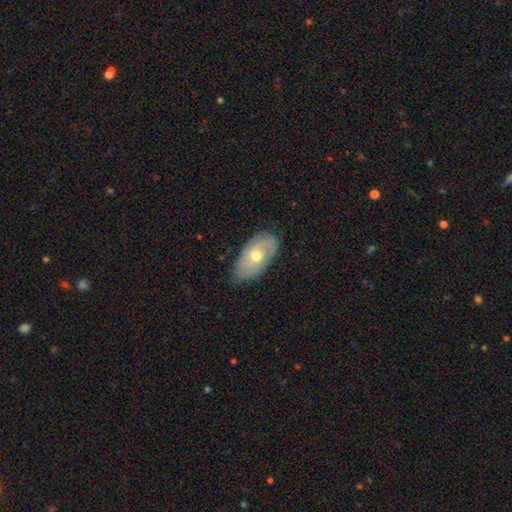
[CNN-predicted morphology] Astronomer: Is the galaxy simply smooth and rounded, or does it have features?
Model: featured or disk — 48% (runner-up: smooth, 45%).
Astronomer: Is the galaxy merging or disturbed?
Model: none — 71%.